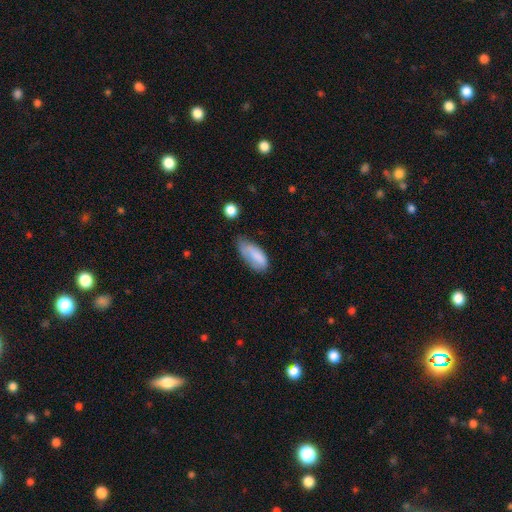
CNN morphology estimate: type=smooth (79%); roundness=in between (85%); merging=minor disturbance (43%).